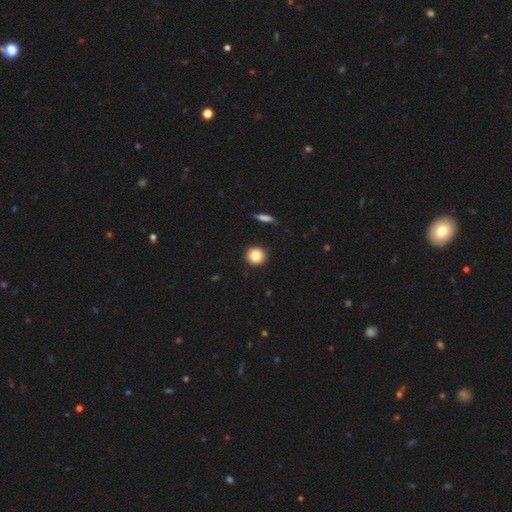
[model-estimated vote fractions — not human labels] smooth_or_featured: smooth (p=0.84) [alt: star or artifact p=0.10]
how_rounded: round (p=0.92) [alt: in between p=0.06]
merging: none (p=0.92) [alt: minor disturbance p=0.05]